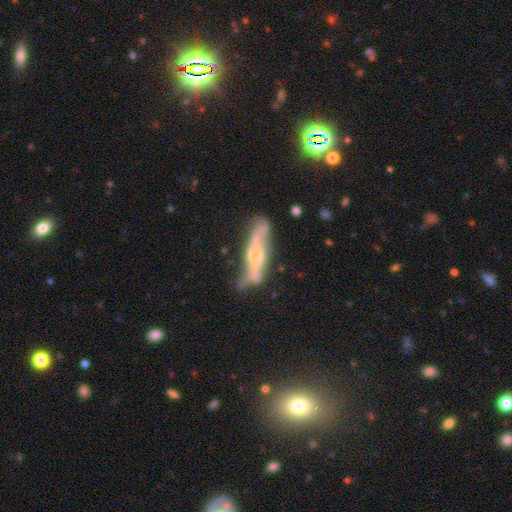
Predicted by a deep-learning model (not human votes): This is likely a featured or disk galaxy (70%). It is likely viewed edge-on (64%). Merging: possibly none (53%).